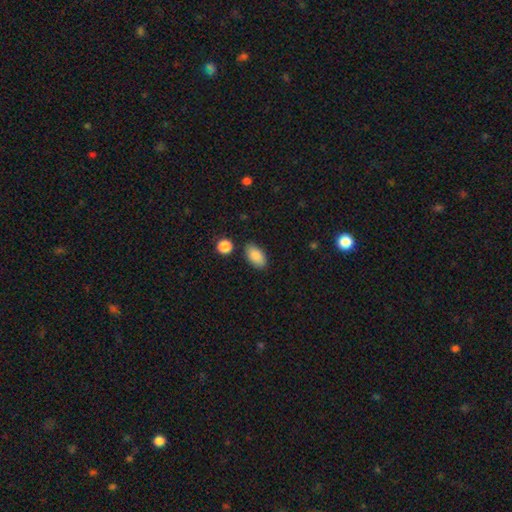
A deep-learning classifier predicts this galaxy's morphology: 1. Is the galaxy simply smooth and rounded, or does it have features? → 87% smooth, 7% star or artifact, 6% featured or disk.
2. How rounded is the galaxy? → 93% in between, 5% round, 3% cigar-shaped.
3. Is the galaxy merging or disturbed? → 83% none, 11% minor disturbance, 3% merger, 3% major disturbance.